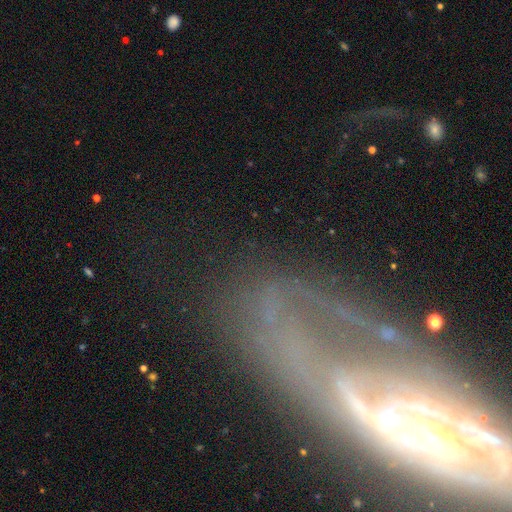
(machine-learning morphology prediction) This is likely a featured or disk galaxy (74%). It is clearly not viewed edge-on (83%). Bar: marginally no (45%). Spiral arm pattern: likely yes (75%). Central bulge: possibly small (47%). Merging: possibly none (56%).